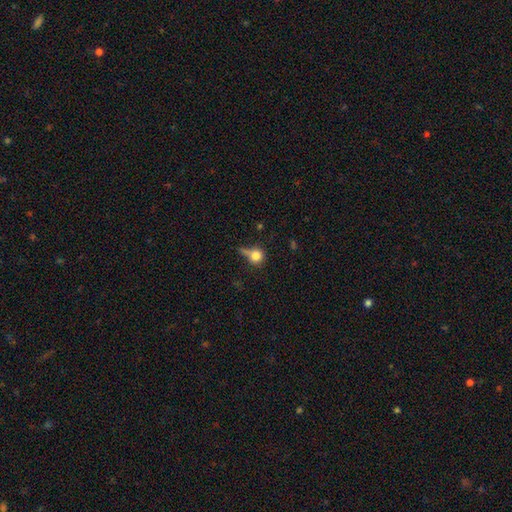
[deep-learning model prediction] Smooth or featured: smooth — 77% (featured or disk — 12%)
How rounded: round — 83% (in between — 15%)
Merging: none — 44% (minor disturbance — 24%)